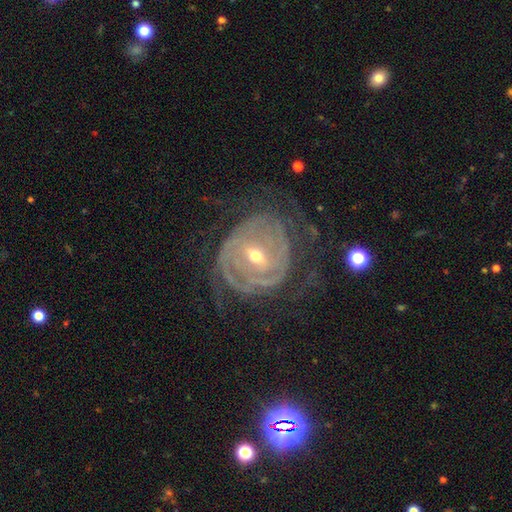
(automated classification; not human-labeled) This appears to be a featured or disk galaxy (87%) with a weak bar (42%), tight (73%) spiral arms (92%) and a small central bulge (51%). Merging: none (62%).